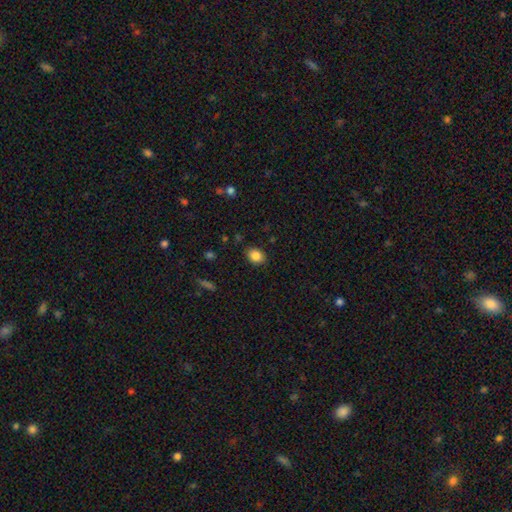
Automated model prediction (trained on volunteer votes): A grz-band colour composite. It shows a smooth galaxy with no disk features (85%) that is in between round and cigar-shaped (67%). Merging: none (86%).